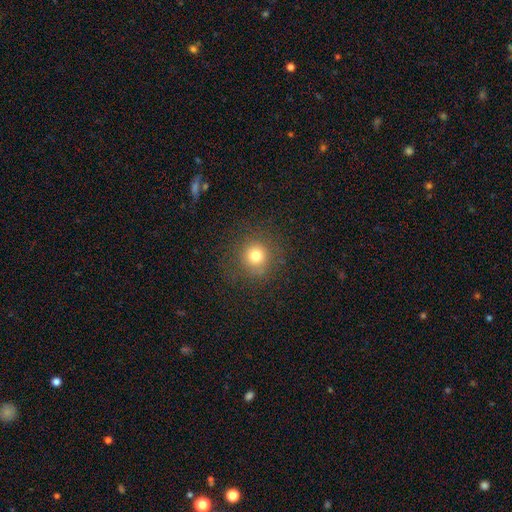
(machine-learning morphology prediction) The model was most divided on "smooth or featured": smooth: 76%, star or artifact: 16%, featured or disk: 8%. More confident: how rounded — round (93%); merging — none (85%).